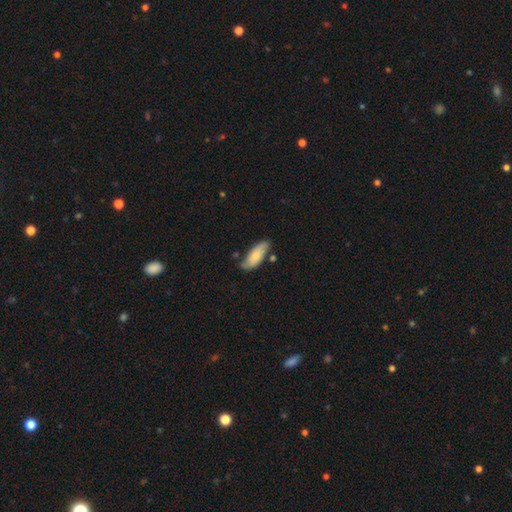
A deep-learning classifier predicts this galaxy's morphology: type=smooth (74%); roundness=in between (78%); merging=none (66%).